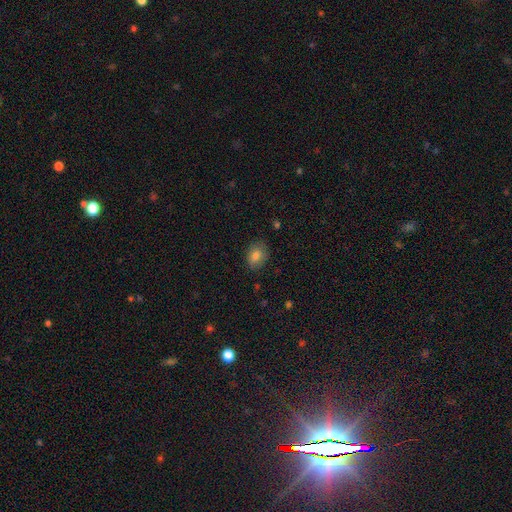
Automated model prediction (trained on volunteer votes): smooth-or-featured: smooth: 82% | star or artifact: 9% | featured or disk: 9%
  how-rounded: in between: 65% | round: 34% | cigar-shaped: 1%
  merging: none: 81% | minor disturbance: 14% | major disturbance: 3% | merger: 1%